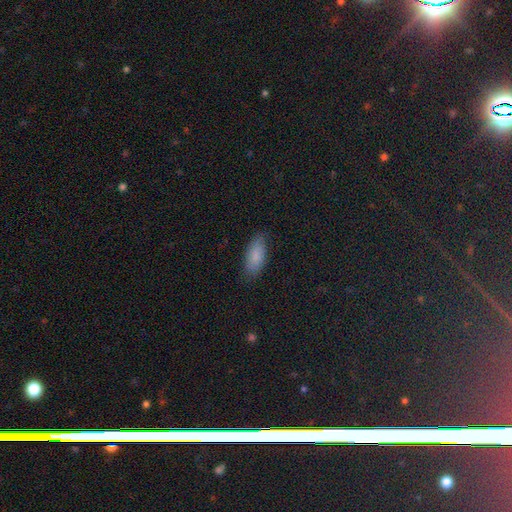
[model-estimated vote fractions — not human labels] Smooth or featured?
  - smooth: 85% *
  - featured or disk: 9%
  - star or artifact: 7%
How rounded?
  - in between: 84% *
  - cigar-shaped: 14%
  - round: 2%
Merging?
  - none: 80% *
  - minor disturbance: 15%
  - major disturbance: 3%
  - merger: 1%